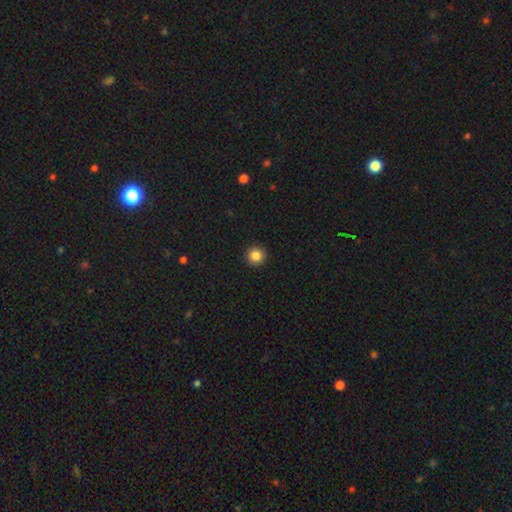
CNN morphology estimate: The model was most divided on "smooth or featured": smooth: 85%, star or artifact: 10%, featured or disk: 5%. More confident: how rounded — round (94%); merging — none (93%).